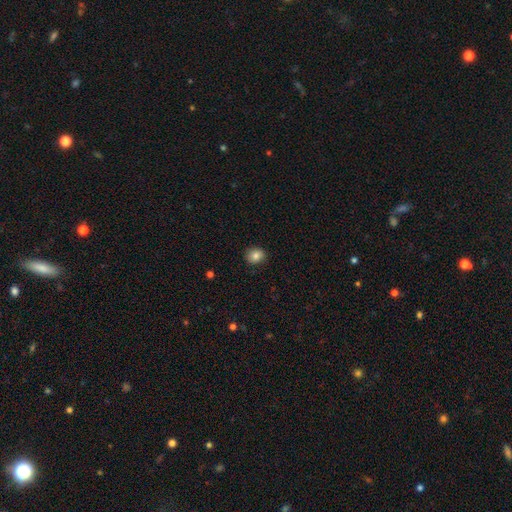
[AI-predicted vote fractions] Overall: smooth (83%). How rounded: round (67%; in between 32%). Merging: none (88%).